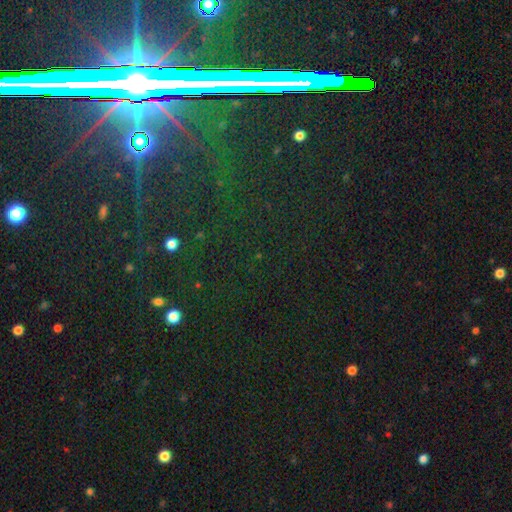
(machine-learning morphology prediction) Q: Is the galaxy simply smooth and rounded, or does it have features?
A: star or artifact — 82%.